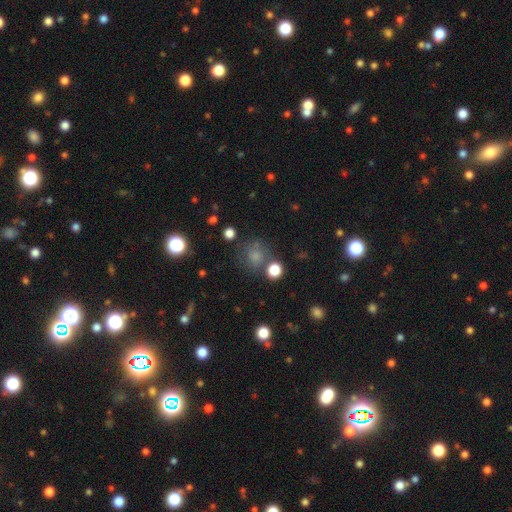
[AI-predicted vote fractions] Smooth or featured: smooth — 71% (star or artifact — 18%)
How rounded: round — 84% (in between — 15%)
Merging: none — 65% (minor disturbance — 16%)